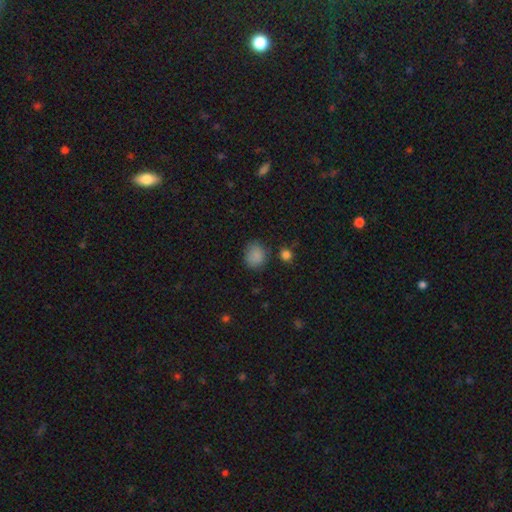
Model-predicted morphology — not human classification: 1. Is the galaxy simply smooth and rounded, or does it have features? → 85% smooth, 11% star or artifact, 4% featured or disk.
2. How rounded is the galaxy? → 69% round, 30% in between, 1% cigar-shaped.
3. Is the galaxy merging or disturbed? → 76% none, 16% minor disturbance, 4% major disturbance, 4% merger.